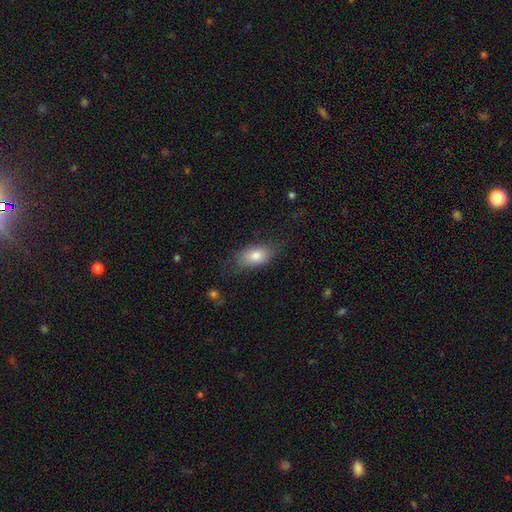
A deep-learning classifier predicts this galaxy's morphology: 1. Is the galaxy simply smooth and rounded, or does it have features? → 79% smooth, 13% featured or disk, 8% star or artifact.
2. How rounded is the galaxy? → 88% in between, 7% round, 5% cigar-shaped.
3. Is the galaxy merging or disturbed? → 67% none, 22% minor disturbance, 9% major disturbance, 2% merger.